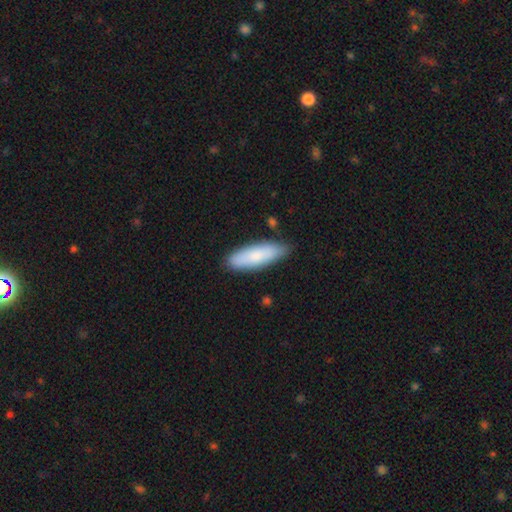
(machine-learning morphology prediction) Q: Smooth or featured?
A: smooth (81%); runner-up: featured or disk (13%)
Q: How rounded?
A: in between (57%); runner-up: cigar-shaped (42%)
Q: Merging?
A: none (81%); runner-up: minor disturbance (15%)